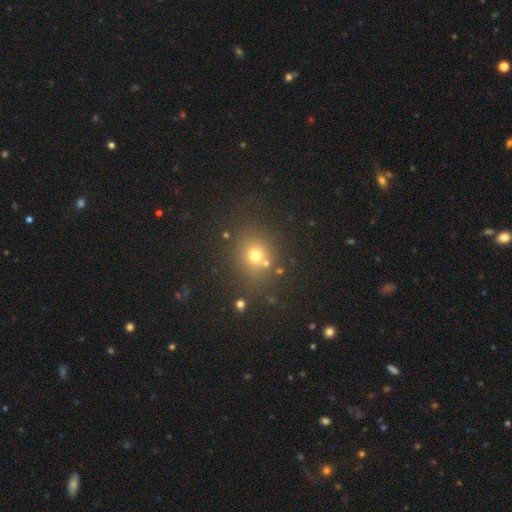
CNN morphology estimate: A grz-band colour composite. It shows a smooth galaxy with no disk features (69%) that is round (77%). Merging: none (78%).